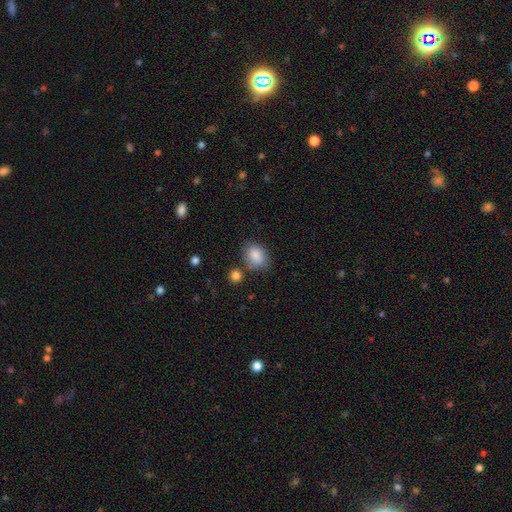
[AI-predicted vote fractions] smooth_or_featured: smooth (p=0.85) [alt: star or artifact p=0.08]
how_rounded: in between (p=0.59) [alt: round p=0.40]
merging: none (p=0.66) [alt: minor disturbance p=0.20]